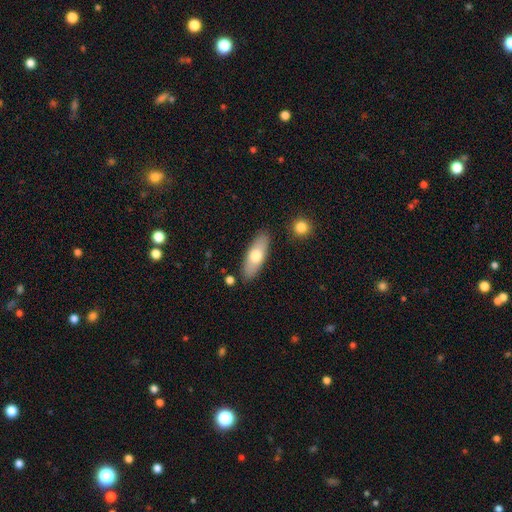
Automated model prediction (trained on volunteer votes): Smooth or featured? Predicted: smooth (p=0.67). How rounded? Predicted: in between (p=0.68). Merging? Predicted: none (p=0.85).